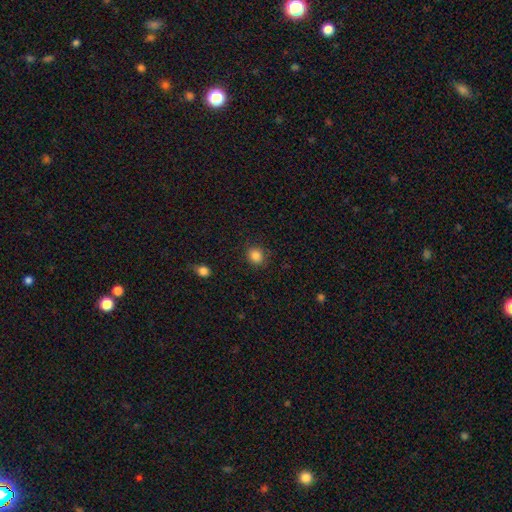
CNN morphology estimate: smooth-or-featured: smooth: 86% | star or artifact: 11% | featured or disk: 4%
  how-rounded: round: 78% | in between: 22% | cigar-shaped: 1%
  merging: none: 87% | minor disturbance: 9% | major disturbance: 3% | merger: 2%